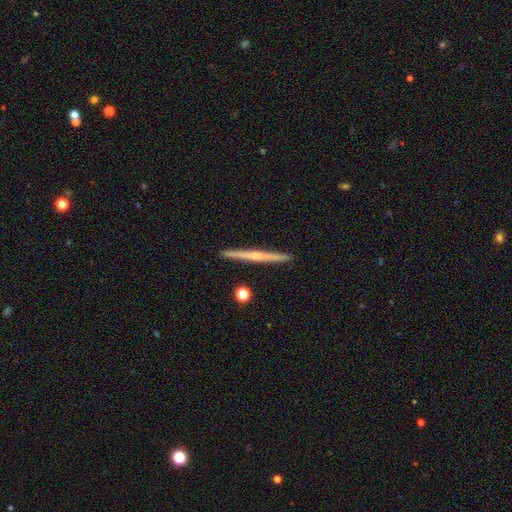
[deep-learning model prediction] This appears to be a featured or disk galaxy (68%) viewed edge-on (98%) with a rounded central bulge (60%). Merging: none (92%).